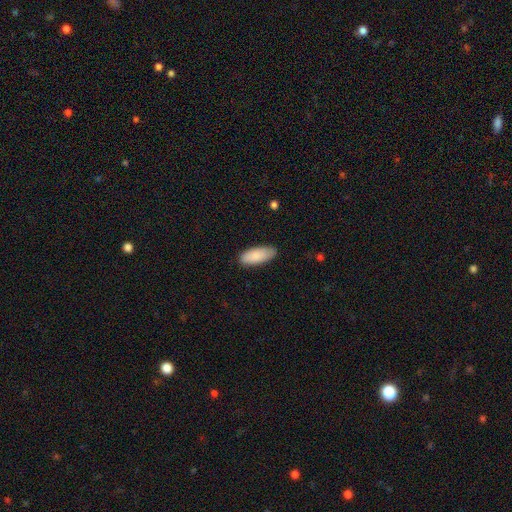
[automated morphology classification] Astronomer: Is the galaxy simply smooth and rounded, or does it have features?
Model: smooth — 87%.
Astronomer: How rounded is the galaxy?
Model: in between — 82%.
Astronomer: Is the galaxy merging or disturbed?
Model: none — 84%.